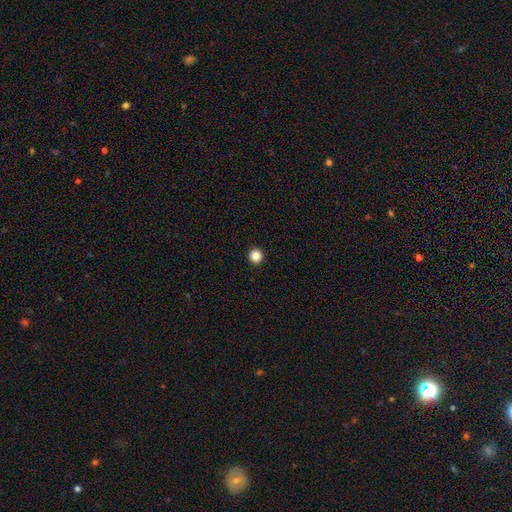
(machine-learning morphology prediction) smooth-or-featured: smooth: 85% | star or artifact: 11% | featured or disk: 3%
  how-rounded: round: 96% | in between: 3% | cigar-shaped: 1%
  merging: none: 94% | minor disturbance: 3% | major disturbance: 1% | merger: 1%